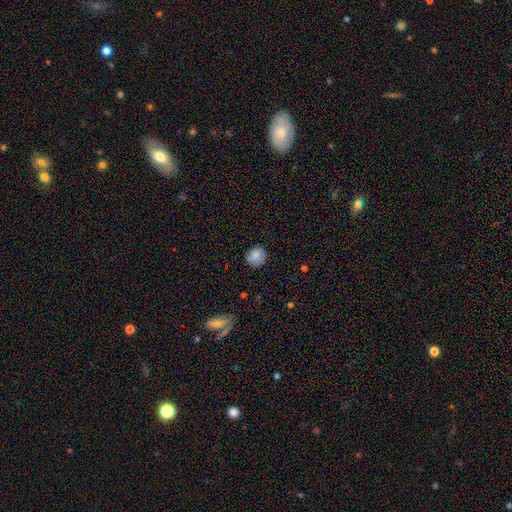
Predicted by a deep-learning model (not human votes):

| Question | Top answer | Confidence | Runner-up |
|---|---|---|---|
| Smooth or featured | smooth | 85% | star or artifact (9%) |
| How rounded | round | 88% | in between (11%) |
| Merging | none | 84% | minor disturbance (12%) |